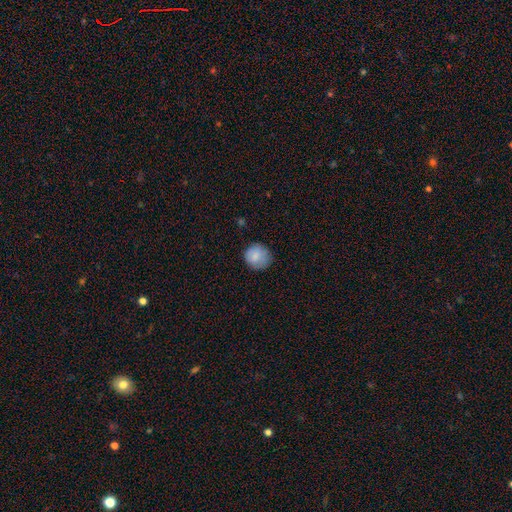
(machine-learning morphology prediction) This appears to be a smooth galaxy with no disk features (85%) that is round (89%). Merging: none (77%).